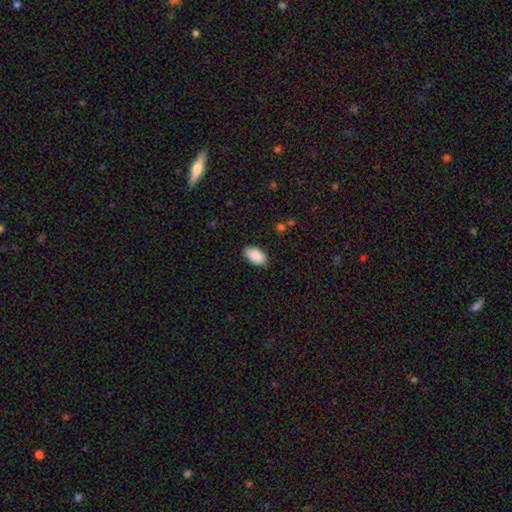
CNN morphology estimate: Overall: smooth (90%). How rounded: in between (95%). Merging: none (87%).